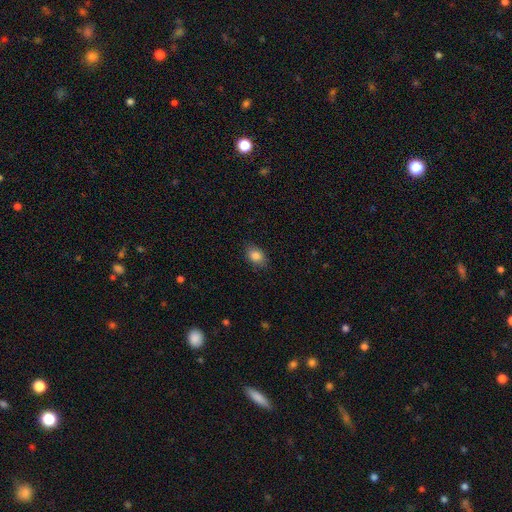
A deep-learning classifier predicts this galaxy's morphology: A smooth galaxy with no disk features (84%) that is in between round and cigar-shaped (75%).

Vote fractions:
- Smooth or featured? smooth: 84% / star or artifact: 9% / featured or disk: 6%
- How rounded? in between: 75% / round: 24% / cigar-shaped: 1%
- Merging? none: 85% / minor disturbance: 12% / major disturbance: 3% / merger: 1%